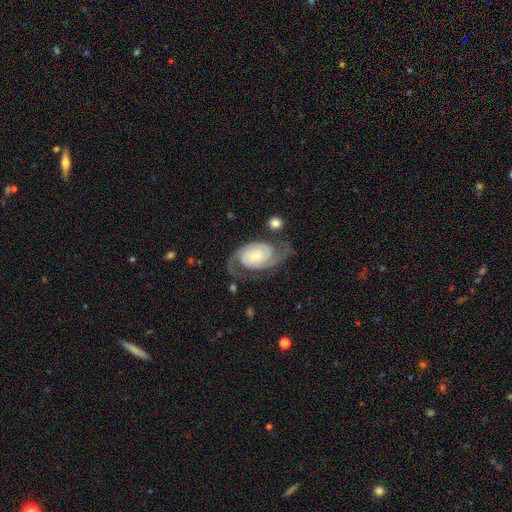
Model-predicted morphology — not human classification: Smooth or featured?
  - featured or disk: 89% *
  - smooth: 6%
  - star or artifact: 5%
Edge-on disk?
  - no: 97% *
  - yes: 3%
Bar?
  - no: 65% *
  - weak: 27%
  - strong: 8%
Spiral arms?
  - yes: 97% *
  - no: 3%
Spiral winding?
  - tight: 49% *
  - medium: 39%
  - loose: 12%
Spiral arm count?
  - 2: 89% *
  - can't tell: 4%
  - 3: 3%
  - 1: 2%
  - 4: 1%
  - more than 4: 1%
Bulge size?
  - small: 60% *
  - moderate: 33%
  - large: 3%
  - none: 2%
  - dominant: 1%
Merging?
  - none: 67% *
  - minor disturbance: 17%
  - major disturbance: 13%
  - merger: 3%